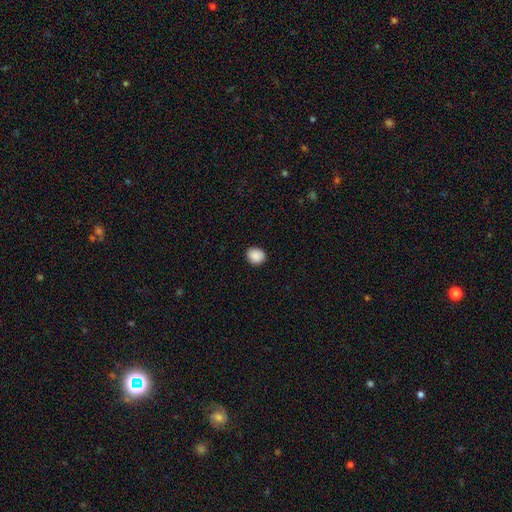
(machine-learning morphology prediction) Smooth or featured? Predicted: smooth (p=0.89). How rounded? Predicted: round (p=0.75). Merging? Predicted: none (p=0.89).